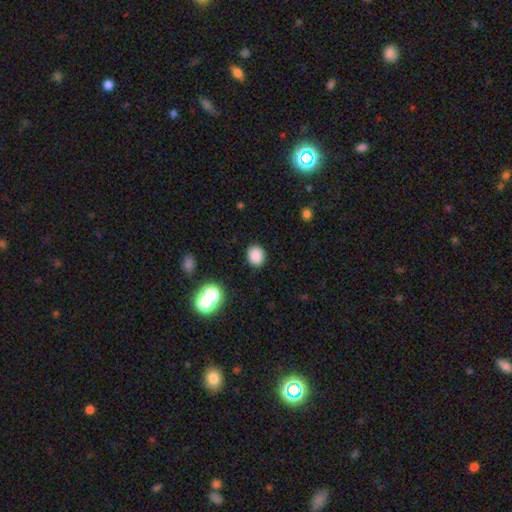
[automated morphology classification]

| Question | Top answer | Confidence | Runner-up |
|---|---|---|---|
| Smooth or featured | smooth | 84% | star or artifact (12%) |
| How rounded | round | 67% | in between (32%) |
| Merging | none | 88% | minor disturbance (8%) |